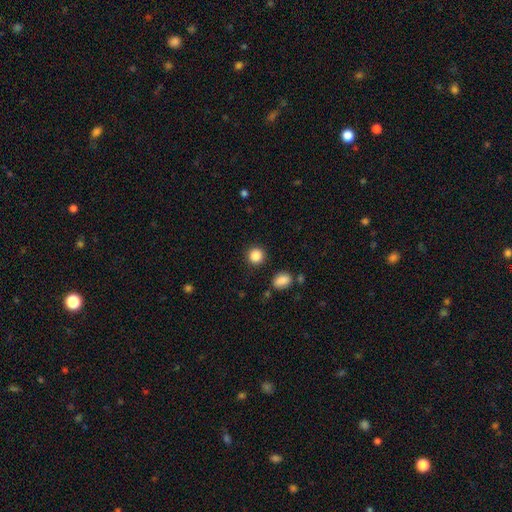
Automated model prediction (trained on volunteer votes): A smooth galaxy with no disk features (86%) that is round (91%). Merging: none (89%).